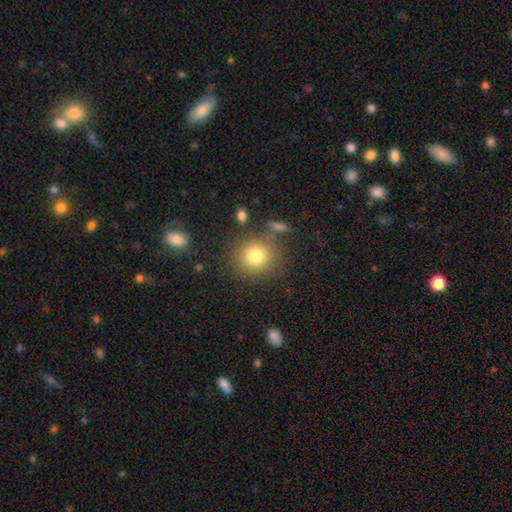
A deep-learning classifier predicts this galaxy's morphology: type=smooth (79%); roundness=round (89%); merging=none (80%).